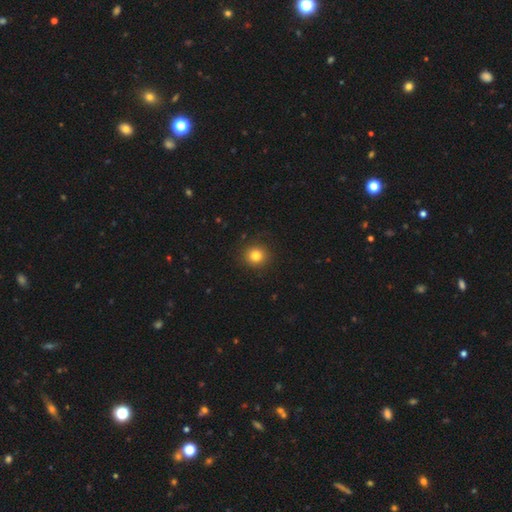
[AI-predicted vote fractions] A smooth galaxy with no disk features (82%) that is round (91%). Merging: none (91%).